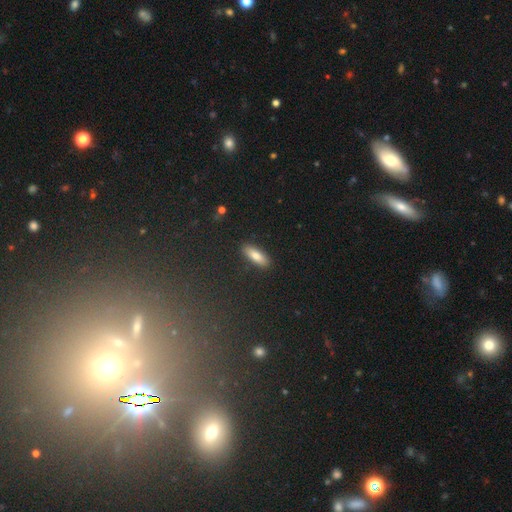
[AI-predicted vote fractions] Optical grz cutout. It shows a smooth galaxy with no disk features (79%) that is in between round and cigar-shaped (61%). Merging: none (89%).